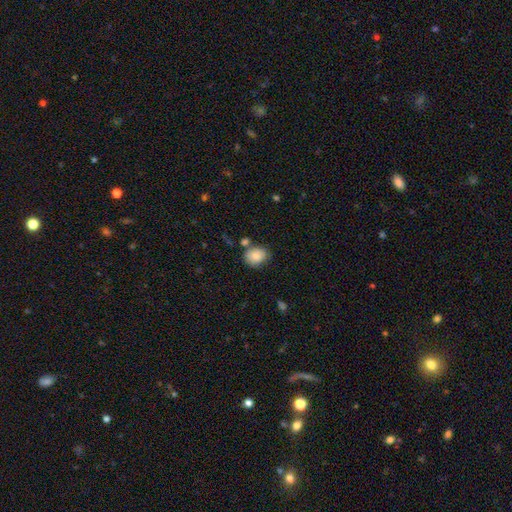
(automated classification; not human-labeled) The model was most divided on "how rounded": in between: 56%, round: 44%, cigar-shaped: 1%. More confident: smooth or featured — smooth (85%); merging — none (64%).